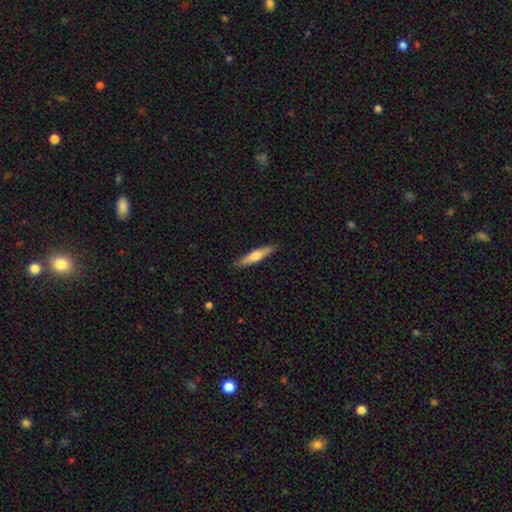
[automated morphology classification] smooth 48%, featured or disk 47%, star or artifact 5%. Down the decision tree: merging — none (88%).